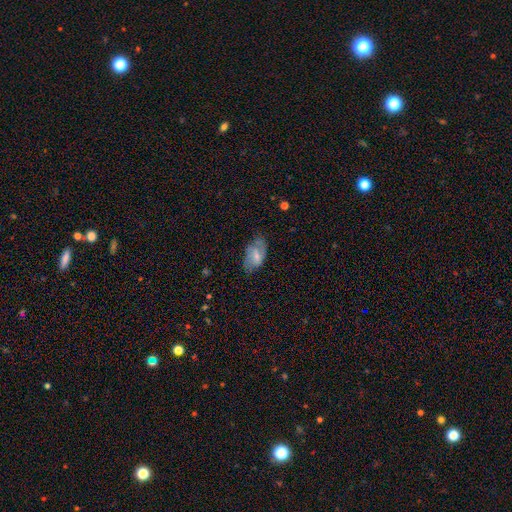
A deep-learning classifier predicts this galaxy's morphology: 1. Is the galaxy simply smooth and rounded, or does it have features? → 48% featured or disk, 45% smooth, 8% star or artifact.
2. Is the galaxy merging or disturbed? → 62% none, 26% minor disturbance, 10% major disturbance, 2% merger.